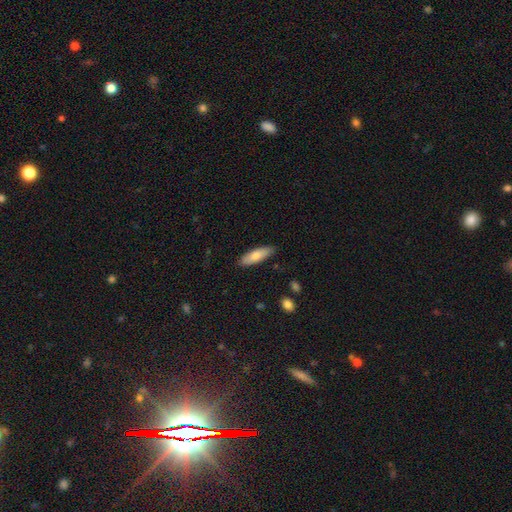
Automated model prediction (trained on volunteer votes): smooth_or_featured: smooth (p=0.76) [alt: featured or disk p=0.18]
how_rounded: in between (p=0.53) [alt: cigar-shaped p=0.45]
merging: none (p=0.86) [alt: minor disturbance p=0.11]